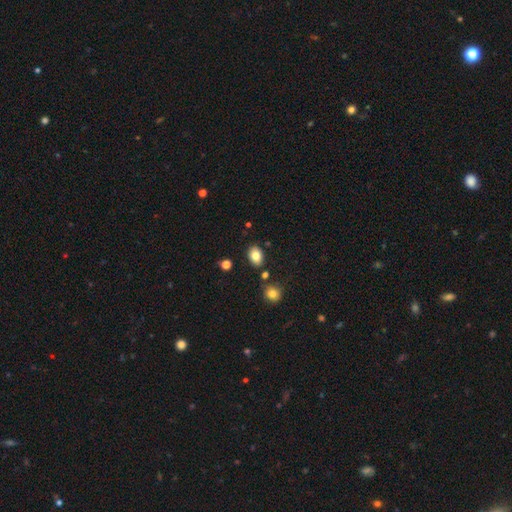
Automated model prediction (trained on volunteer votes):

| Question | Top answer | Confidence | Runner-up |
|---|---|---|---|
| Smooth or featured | smooth | 81% | featured or disk (10%) |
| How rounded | in between | 82% | round (17%) |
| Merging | none | 82% | minor disturbance (11%) |